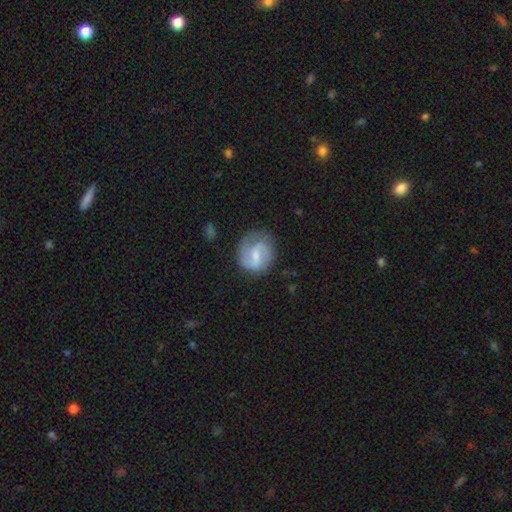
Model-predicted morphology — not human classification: smooth-or-featured: featured or disk: 72% | smooth: 22% | star or artifact: 6%
  disk-edge-on: no: 98% | yes: 2%
    bar: weak: 58% | no: 24% | strong: 19%
    has-spiral-arms: yes: 93% | no: 7%
      spiral-winding: medium: 48% | loose: 29% | tight: 23%
      spiral-arm-count: 2: 80% | 1: 8% | can't tell: 7% | 3: 2% | 4: 1% | more than 4: 1%
    bulge-size: small: 47% | moderate: 34% | none: 14% | large: 3% | dominant: 1%
  merging: none: 71% | minor disturbance: 19% | major disturbance: 9% | merger: 2%